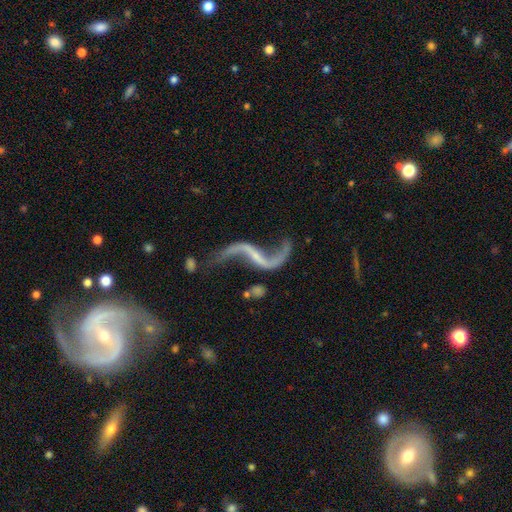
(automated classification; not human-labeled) smooth-or-featured: featured or disk: 87% | star or artifact: 8% | smooth: 5%
  disk-edge-on: no: 94% | yes: 6%
    bar: weak: 40% | strong: 31% | no: 29%
    has-spiral-arms: yes: 96% | no: 4%
      spiral-winding: loose: 77% | medium: 17% | tight: 6%
      spiral-arm-count: 2: 92% | 1: 3% | can't tell: 2% | 3: 1% | 4: 1% | more than 4: 1%
    bulge-size: small: 66% | none: 18% | moderate: 13% | large: 2% | dominant: 1%
  merging: none: 49% | major disturbance: 20% | minor disturbance: 19% | merger: 13%